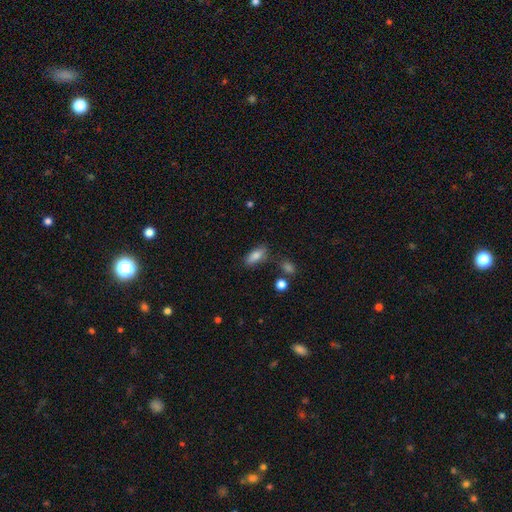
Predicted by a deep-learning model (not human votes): A smooth galaxy with no disk features (82%) that is in between round and cigar-shaped (79%). Merging: none (72%).